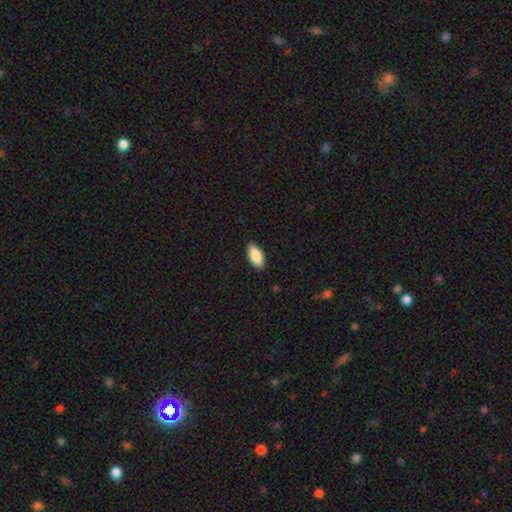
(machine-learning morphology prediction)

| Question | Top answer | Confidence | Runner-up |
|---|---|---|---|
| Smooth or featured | smooth | 86% | featured or disk (7%) |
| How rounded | in between | 92% | cigar-shaped (6%) |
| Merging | none | 88% | minor disturbance (9%) |